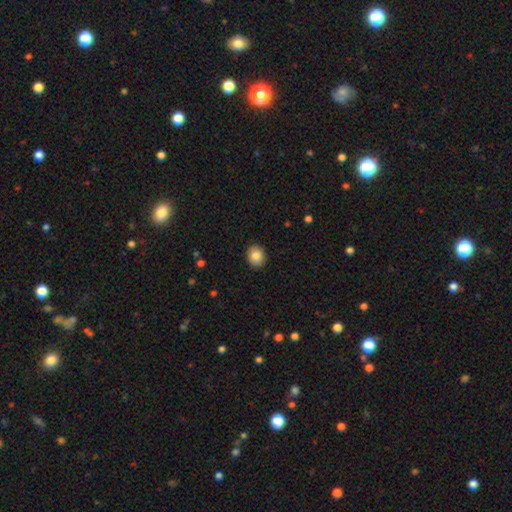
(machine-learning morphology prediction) smooth-or-featured: smooth: 86% | star or artifact: 8% | featured or disk: 6%
  how-rounded: round: 65% | in between: 34% | cigar-shaped: 1%
  merging: none: 91% | minor disturbance: 7% | major disturbance: 2% | merger: 1%